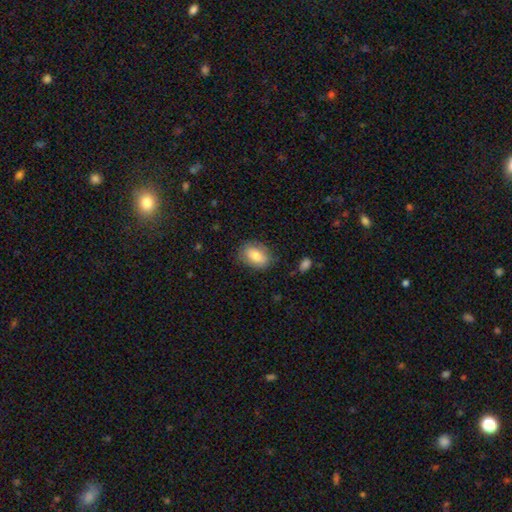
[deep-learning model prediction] Smooth or featured? Predicted: smooth (p=0.80). How rounded? Predicted: in between (p=0.83). Merging? Predicted: none (p=0.80).